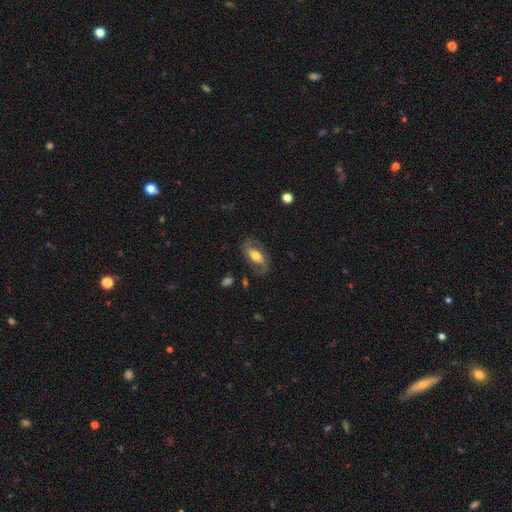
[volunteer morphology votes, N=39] A featured or disk galaxy (74%) with no bar (56%), 2 (96%) loose (52%) spiral arms (85%) and a moderate central bulge (52%).

Vote fractions:
- Smooth or featured? featured or disk: 74% / smooth: 23% / star or artifact: 3%
- Edge-on disk? no: 93% / yes: 7%
- Bar? no: 56% / weak: 30% / strong: 15%
- Spiral arms? yes: 85% / no: 15%
- Spiral winding? loose: 52% / medium: 30% / tight: 17%
- Spiral arm count? 2: 96% / can't tell: 4% / 1: 0% / 3: 0% / 4: 0% / more than 4: 0%
- Bulge size? moderate: 52% / large: 33% / small: 15% / dominant: 0% / none: 0%
- Merging? none: 84% / minor disturbance: 8% / major disturbance: 8% / merger: 0%